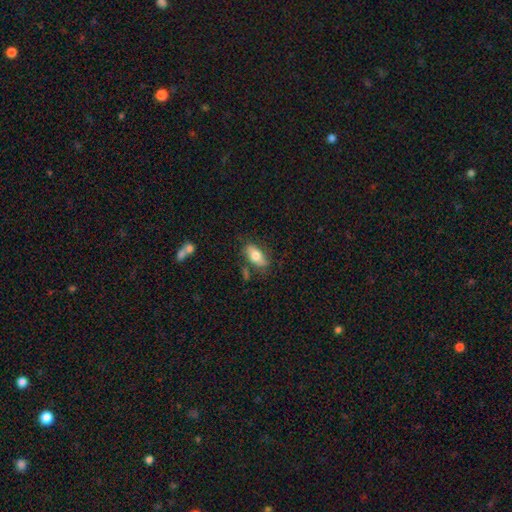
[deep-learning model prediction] This appears to be a smooth galaxy with no disk features (66%) that is in between round and cigar-shaped (85%). Merging: none (69%).